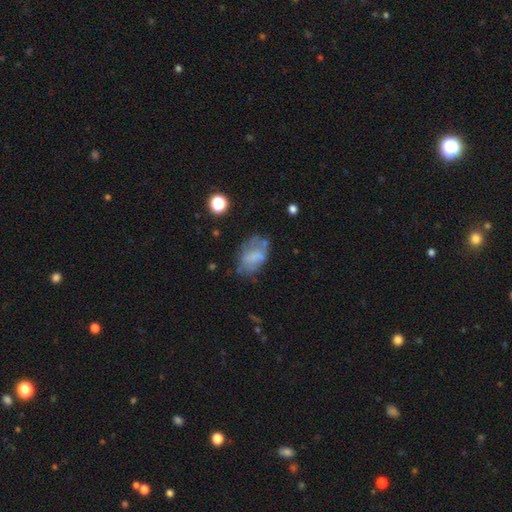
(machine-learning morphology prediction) type=smooth (58%); roundness=in between (86%); merging=none (44%).